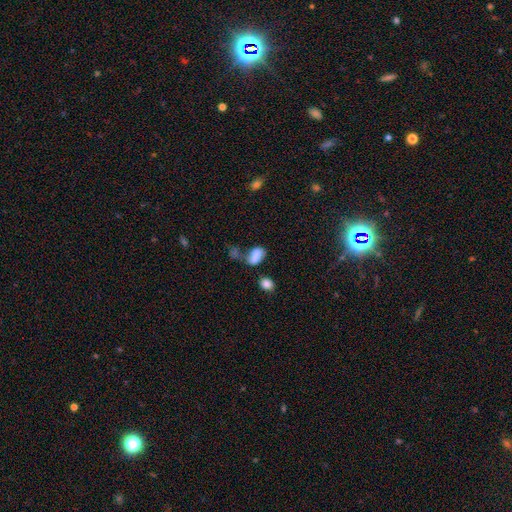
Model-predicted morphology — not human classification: type=smooth (77%); roundness=in between (87%); merging=merger (33%).